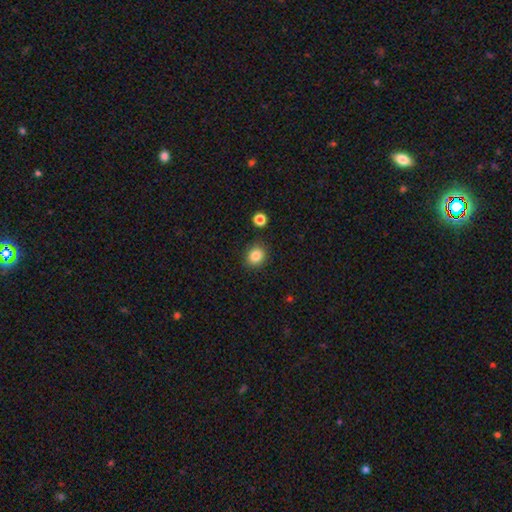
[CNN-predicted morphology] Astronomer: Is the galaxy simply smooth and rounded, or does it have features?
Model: smooth — 85%.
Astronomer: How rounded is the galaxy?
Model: round — 71%.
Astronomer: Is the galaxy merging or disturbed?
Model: none — 87%.